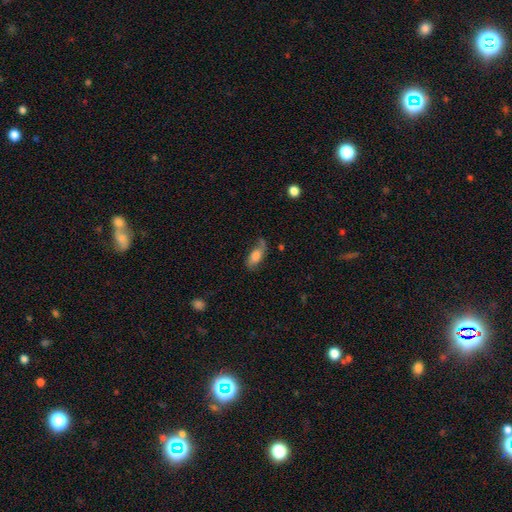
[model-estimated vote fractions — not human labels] Q: Smooth or featured?
A: smooth (61%); runner-up: featured or disk (30%)
Q: How rounded?
A: in between (81%); runner-up: cigar-shaped (15%)
Q: Merging?
A: none (48%); runner-up: minor disturbance (31%)